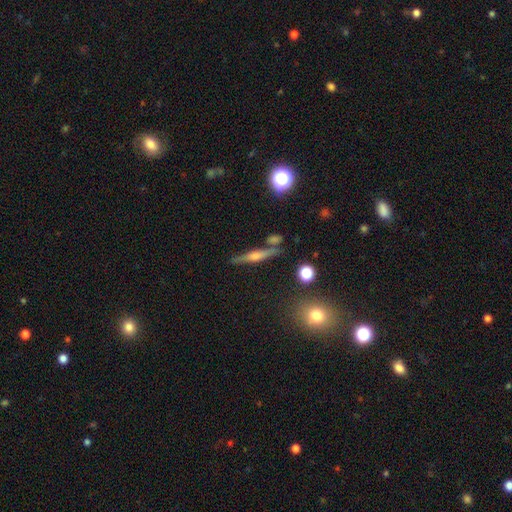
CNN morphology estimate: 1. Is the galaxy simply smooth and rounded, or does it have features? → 67% featured or disk, 24% smooth, 9% star or artifact.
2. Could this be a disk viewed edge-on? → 96% yes, 4% no.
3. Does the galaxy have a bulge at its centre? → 84% rounded, 9% boxy, 7% none.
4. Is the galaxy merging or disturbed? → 82% none, 9% minor disturbance, 6% merger, 3% major disturbance.